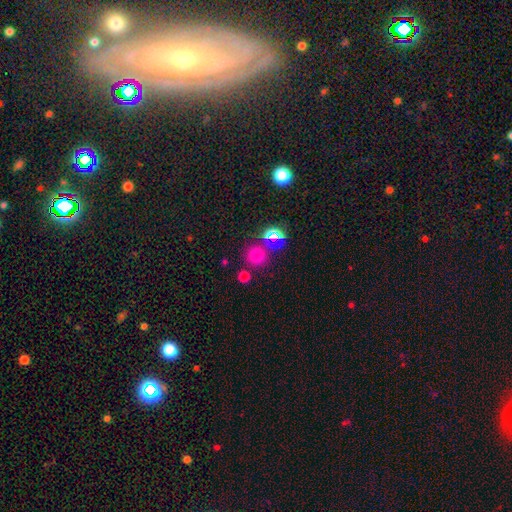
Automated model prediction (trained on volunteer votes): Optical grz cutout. It shows a smooth galaxy with no disk features (70%) that is round (92%). Merging: none (78%).